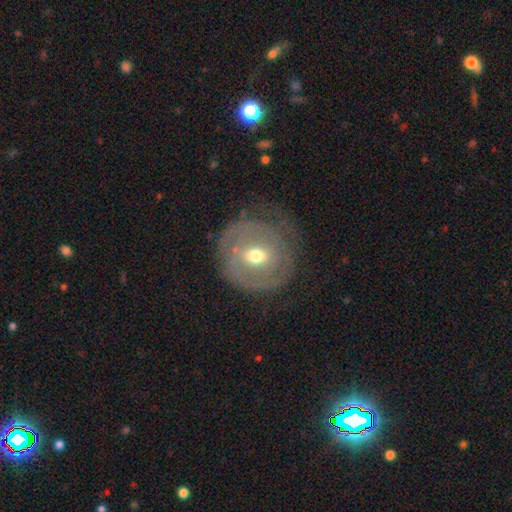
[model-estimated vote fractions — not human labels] smooth-or-featured: featured or disk: 67% | smooth: 26% | star or artifact: 7%
  disk-edge-on: no: 96% | yes: 4%
    bar: no: 44% | weak: 41% | strong: 15%
    has-spiral-arms: yes: 60% | no: 40%
    bulge-size: moderate: 69% | small: 23% | large: 5% | dominant: 1% | none: 1%
  merging: none: 67% | minor disturbance: 19% | major disturbance: 12% | merger: 2%